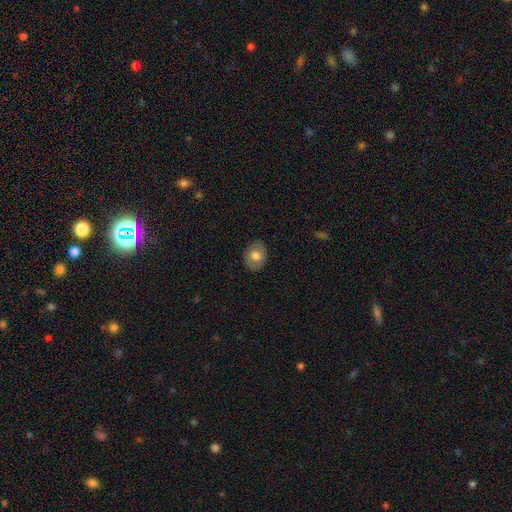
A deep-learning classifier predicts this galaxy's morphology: type=smooth (72%); roundness=in between (62%); merging=none (87%).